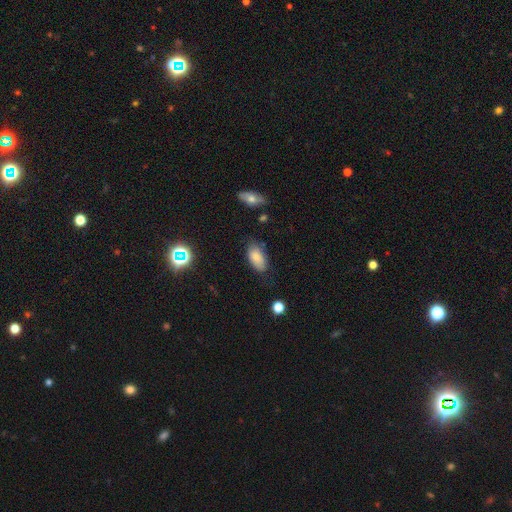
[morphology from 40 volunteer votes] Overall: smooth (90%). How rounded: in between (92%). Merging: none (54%; minor disturbance 27%).